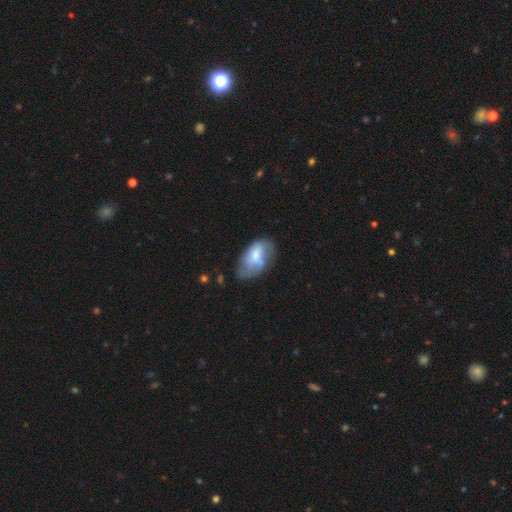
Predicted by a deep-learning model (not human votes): Overall: smooth (62%; featured or disk 31%). How rounded: in between (92%). Merging: none (43%; minor disturbance 34%).